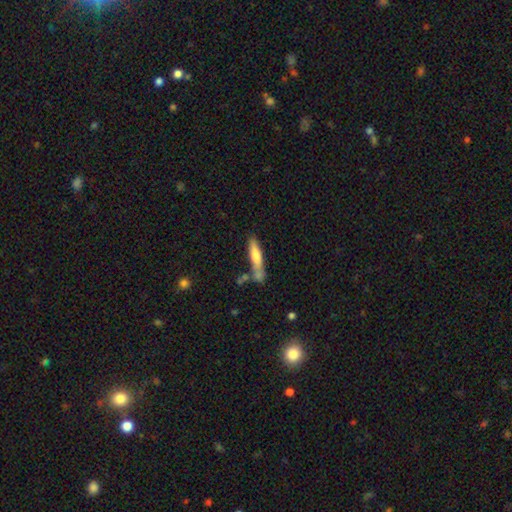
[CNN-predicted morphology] Smooth or featured? smooth (64%)
How rounded? cigar-shaped (84%)
Merging? none (55%)